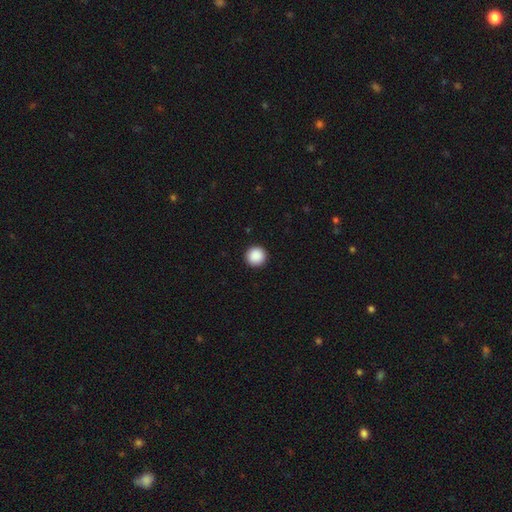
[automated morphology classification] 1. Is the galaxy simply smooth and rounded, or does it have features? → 89% smooth, 9% star or artifact, 2% featured or disk.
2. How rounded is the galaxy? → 96% round, 3% in between, 1% cigar-shaped.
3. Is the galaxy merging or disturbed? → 93% none, 4% minor disturbance, 2% major disturbance, 1% merger.